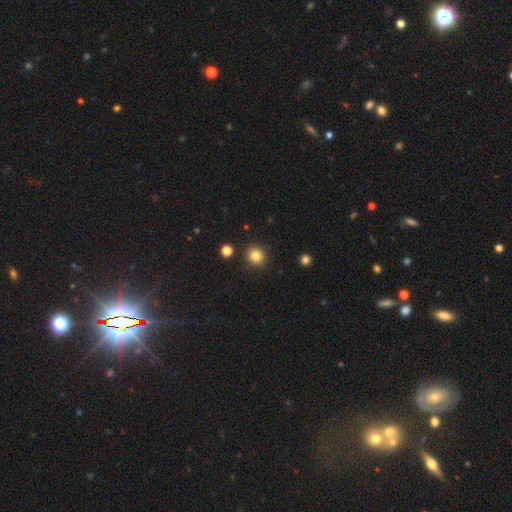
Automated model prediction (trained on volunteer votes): smooth 83%, star or artifact 12%, featured or disk 5%. Down the decision tree: how rounded — round (88%); merging — none (90%).